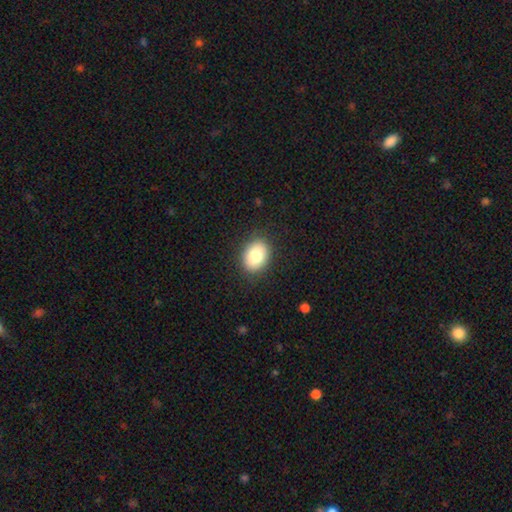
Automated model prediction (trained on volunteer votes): Morphology: type=smooth (82%); roundness=in between (64%); merging=none (88%).